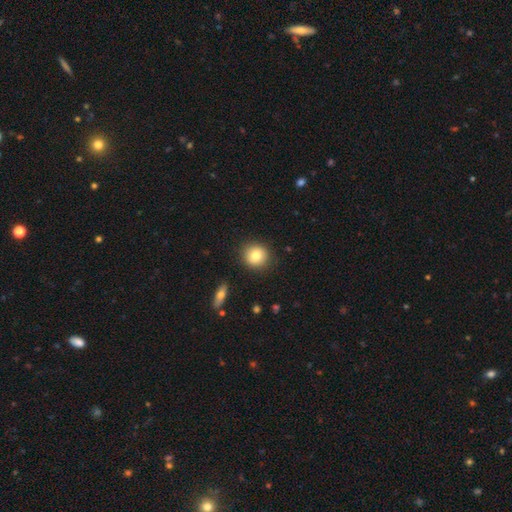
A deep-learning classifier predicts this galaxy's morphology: Q: Smooth or featured?
A: smooth (80%); runner-up: featured or disk (11%)
Q: How rounded?
A: round (89%); runner-up: in between (10%)
Q: Merging?
A: none (88%); runner-up: minor disturbance (8%)